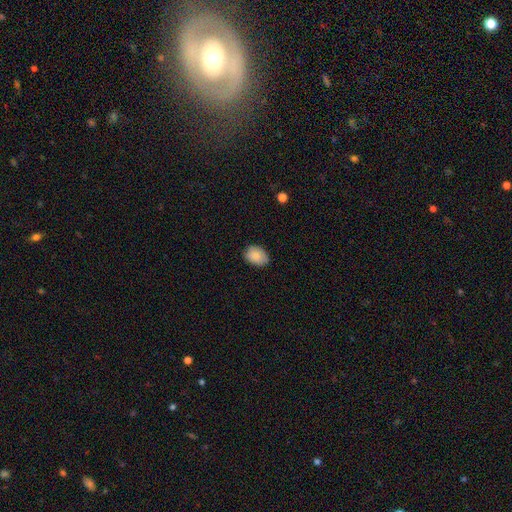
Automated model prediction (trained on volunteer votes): A smooth galaxy with no disk features (87%) that is in between round and cigar-shaped (75%).

Vote fractions:
- Smooth or featured? smooth: 87% / star or artifact: 7% / featured or disk: 6%
- How rounded? in between: 75% / round: 24% / cigar-shaped: 1%
- Merging? none: 80% / minor disturbance: 16% / major disturbance: 3% / merger: 1%